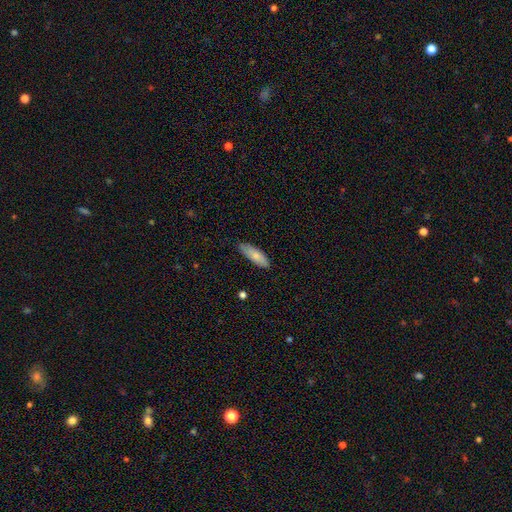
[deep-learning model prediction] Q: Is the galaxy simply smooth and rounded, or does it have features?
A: smooth — 78%.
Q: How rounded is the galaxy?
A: in between — 54%.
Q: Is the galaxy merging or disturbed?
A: none — 81%.